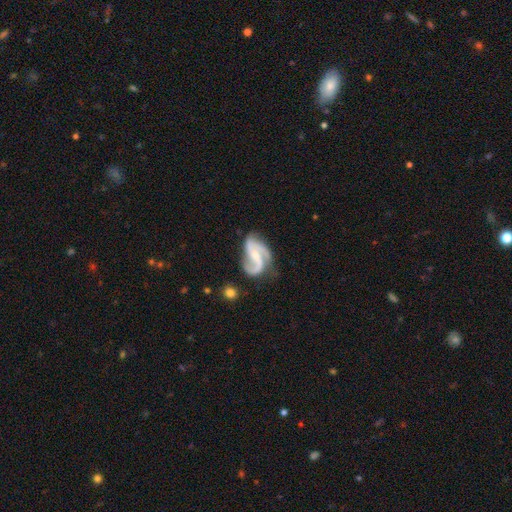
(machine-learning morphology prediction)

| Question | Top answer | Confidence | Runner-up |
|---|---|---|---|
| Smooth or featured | featured or disk | 86% | smooth (9%) |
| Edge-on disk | no | 98% | yes (2%) |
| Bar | weak | 44% | no (37%) |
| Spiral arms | yes | 96% | no (4%) |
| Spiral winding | medium | 48% | loose (36%) |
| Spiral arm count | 2 | 48% | 3 (37%) |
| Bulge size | small | 48% | moderate (28%) |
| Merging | none | 49% | minor disturbance (24%) |